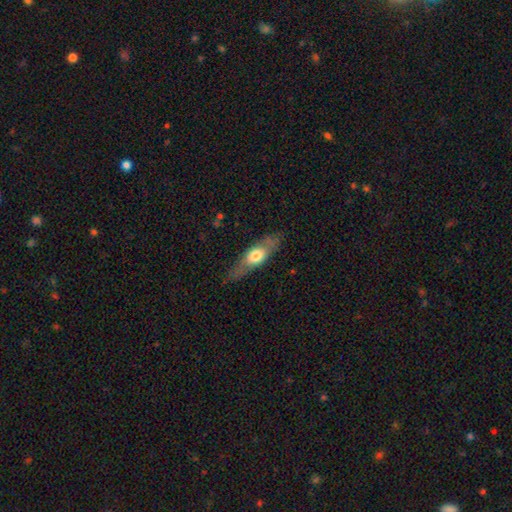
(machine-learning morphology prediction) Overall: smooth (51%; featured or disk 43%). How rounded: in between (49%; cigar-shaped 47%). Merging: none (76%).